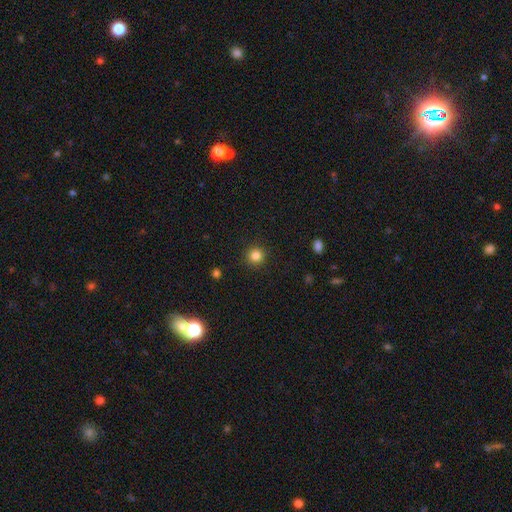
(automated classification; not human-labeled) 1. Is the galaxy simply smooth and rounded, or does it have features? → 83% smooth, 12% star or artifact, 5% featured or disk.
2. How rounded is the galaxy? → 95% round, 4% in between, 1% cigar-shaped.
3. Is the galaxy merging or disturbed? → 91% none, 6% minor disturbance, 2% major disturbance, 1% merger.